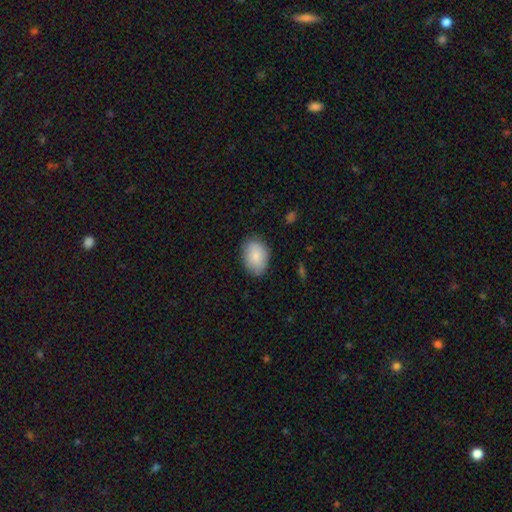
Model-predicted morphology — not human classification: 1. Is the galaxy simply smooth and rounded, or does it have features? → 86% smooth, 8% featured or disk, 6% star or artifact.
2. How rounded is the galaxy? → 83% in between, 16% round, 1% cigar-shaped.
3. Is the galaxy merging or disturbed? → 81% none, 15% minor disturbance, 3% major disturbance, 1% merger.